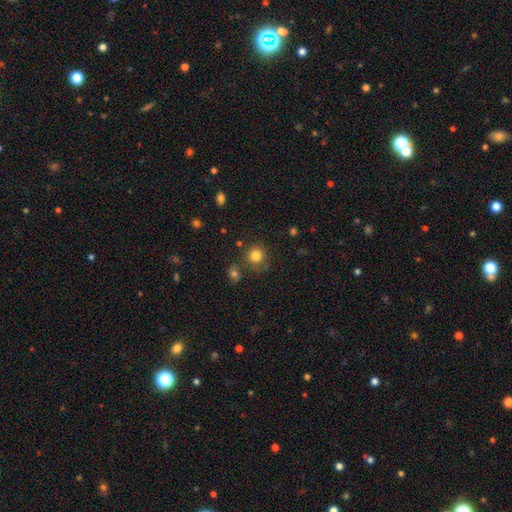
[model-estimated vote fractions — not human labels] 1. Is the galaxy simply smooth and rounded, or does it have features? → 82% smooth, 12% star or artifact, 6% featured or disk.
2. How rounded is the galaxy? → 90% round, 9% in between, 1% cigar-shaped.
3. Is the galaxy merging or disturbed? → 76% none, 12% minor disturbance, 7% merger, 4% major disturbance.